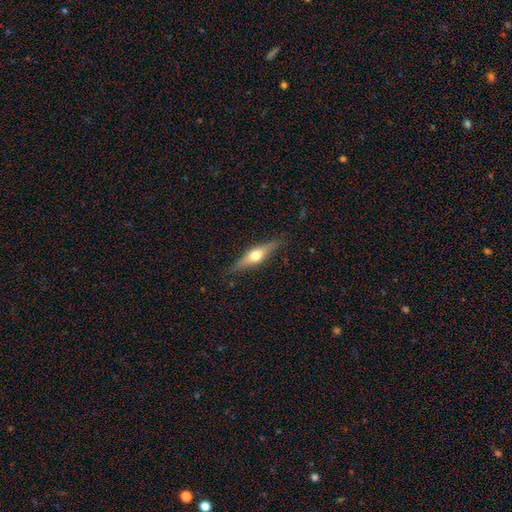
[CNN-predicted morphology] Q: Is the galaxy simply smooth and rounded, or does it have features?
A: featured or disk — 56%.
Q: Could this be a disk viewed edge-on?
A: yes — 92%.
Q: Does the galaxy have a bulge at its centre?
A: rounded — 94%.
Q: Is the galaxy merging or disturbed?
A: none — 85%.